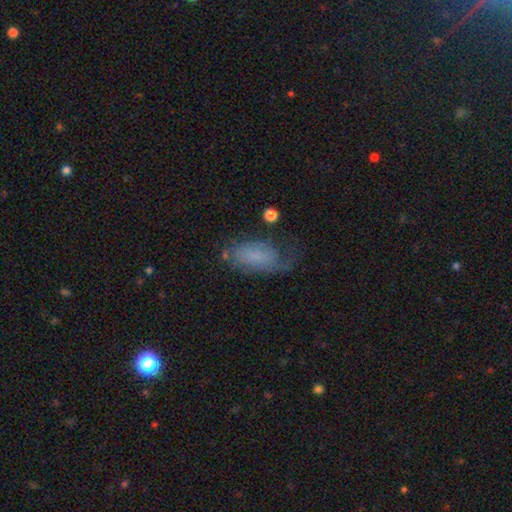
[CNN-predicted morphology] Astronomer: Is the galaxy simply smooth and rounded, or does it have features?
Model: smooth — 61%.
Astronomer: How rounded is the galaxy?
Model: in between — 89%.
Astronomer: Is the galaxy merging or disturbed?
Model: none — 43% (runner-up: minor disturbance, 29%).